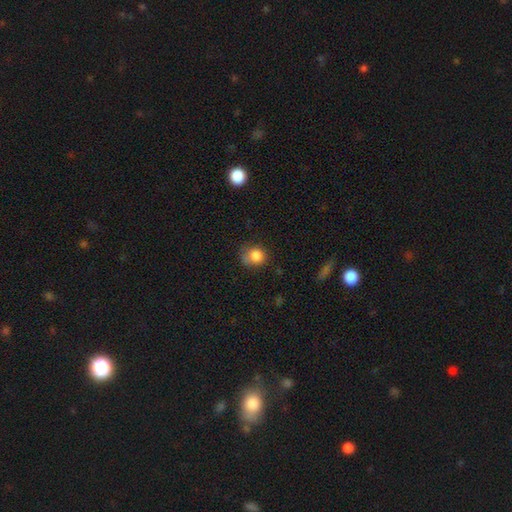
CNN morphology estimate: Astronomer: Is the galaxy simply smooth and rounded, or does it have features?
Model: smooth — 83%.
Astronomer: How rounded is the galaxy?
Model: round — 73%.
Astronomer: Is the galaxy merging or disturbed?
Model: none — 51% (runner-up: minor disturbance, 31%).